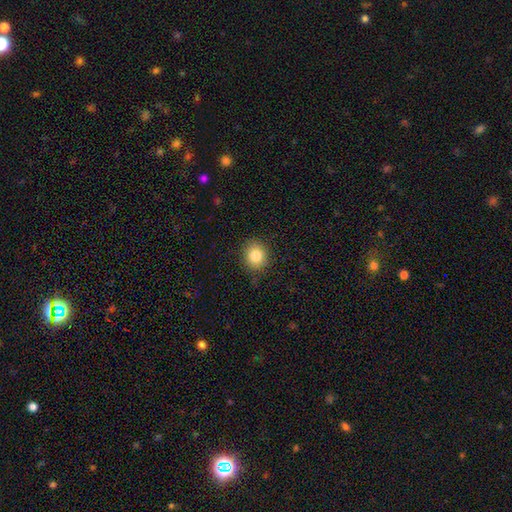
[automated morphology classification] Q: Smooth or featured?
A: smooth (84%); runner-up: star or artifact (10%)
Q: How rounded?
A: round (77%); runner-up: in between (22%)
Q: Merging?
A: none (87%); runner-up: minor disturbance (10%)